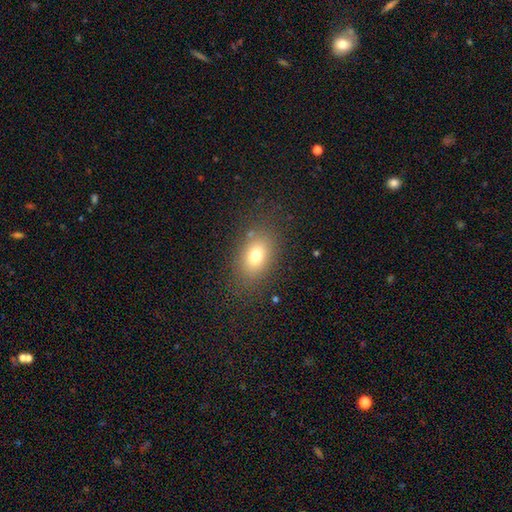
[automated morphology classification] Smooth or featured? Predicted: smooth (p=0.75). How rounded? Predicted: in between (p=0.82). Merging? Predicted: none (p=0.81).